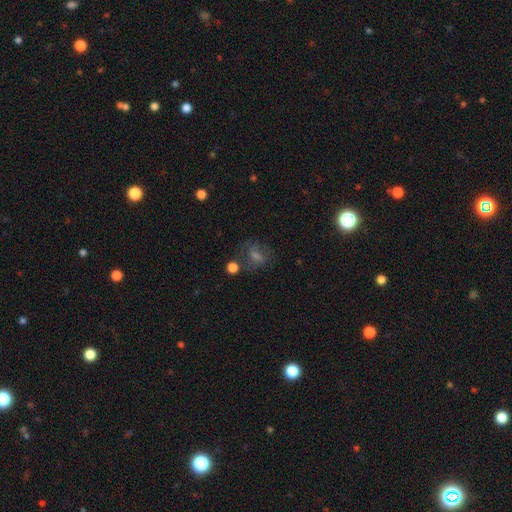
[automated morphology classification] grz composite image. It shows a smooth galaxy with no disk features (41%). Merging: none (64%).